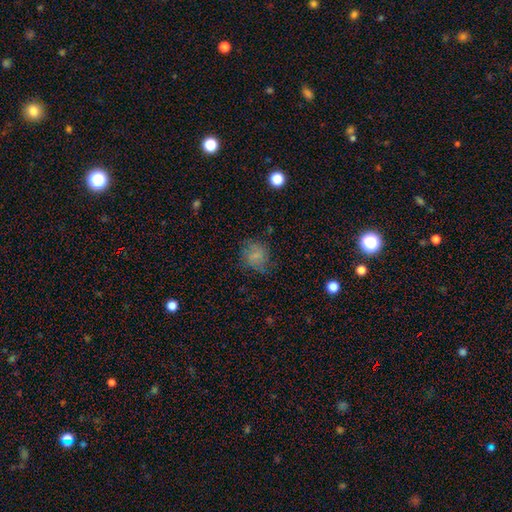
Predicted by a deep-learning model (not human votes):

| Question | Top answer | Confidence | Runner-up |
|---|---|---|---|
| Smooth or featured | smooth | 66% | featured or disk (22%) |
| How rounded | round | 74% | in between (25%) |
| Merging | none | 68% | minor disturbance (21%) |